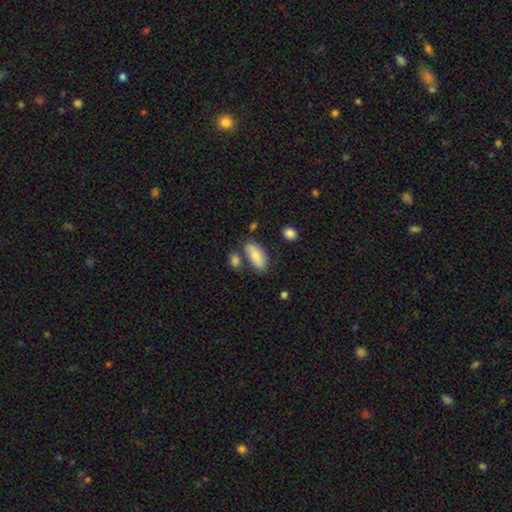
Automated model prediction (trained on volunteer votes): The model was most divided on "merging": none: 63%, minor disturbance: 19%, merger: 12%, major disturbance: 5%. More confident: how rounded — in between (88%); smooth or featured — smooth (76%).